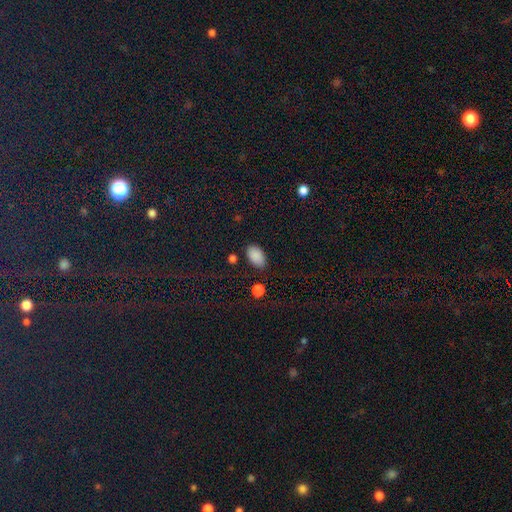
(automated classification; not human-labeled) This appears to be a smooth galaxy with no disk features (88%) that is in between round and cigar-shaped (92%). Merging: none (79%).